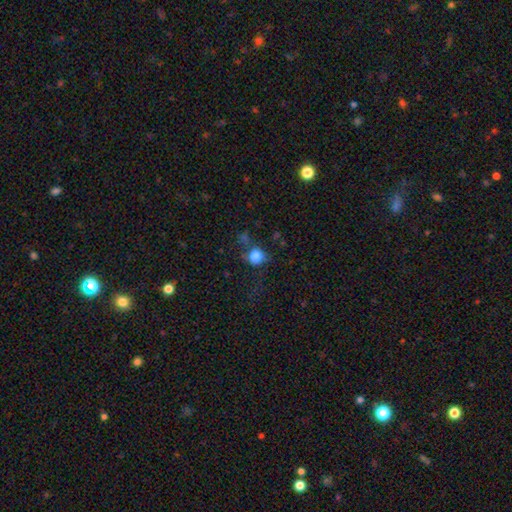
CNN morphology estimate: Smooth or featured?
  - smooth: 79% *
  - star or artifact: 11%
  - featured or disk: 9%
How rounded?
  - round: 78% *
  - in between: 20%
  - cigar-shaped: 1%
Merging?
  - none: 52% *
  - minor disturbance: 23%
  - major disturbance: 19%
  - merger: 6%